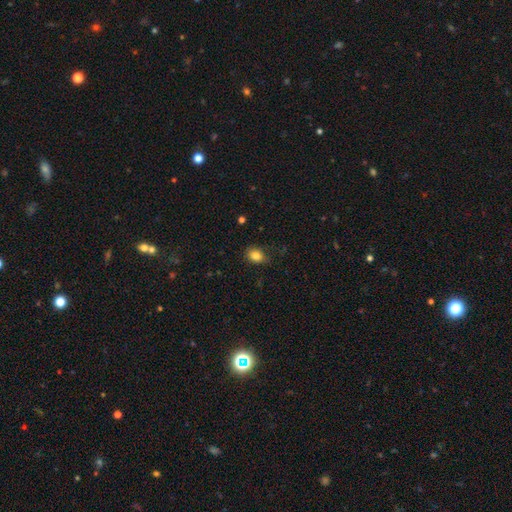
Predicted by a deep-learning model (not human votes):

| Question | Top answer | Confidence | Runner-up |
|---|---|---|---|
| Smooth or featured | smooth | 84% | star or artifact (10%) |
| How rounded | in between | 59% | round (40%) |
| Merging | none | 76% | minor disturbance (19%) |